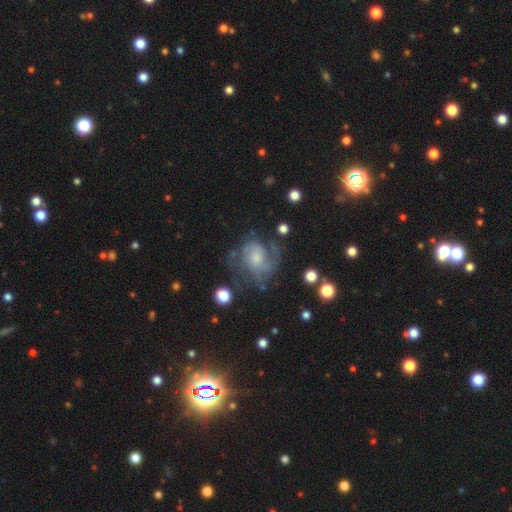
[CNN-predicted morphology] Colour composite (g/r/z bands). It shows a featured or disk galaxy (74%) with no bar (61%), 2 (42%) medium (45%) spiral arms (90%) and a small central bulge (42%). Merging: none (62%).